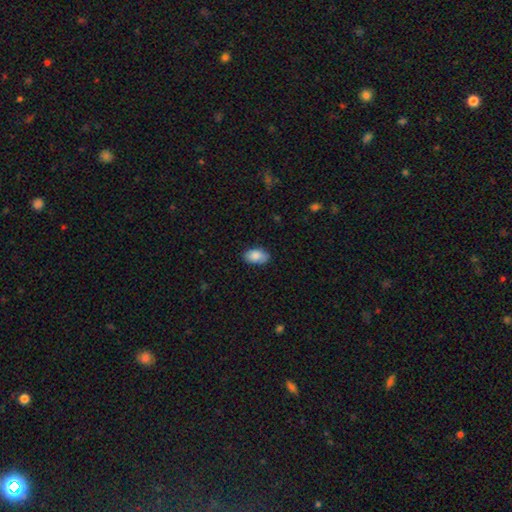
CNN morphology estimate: This is clearly a smooth galaxy (86%). How rounded: clearly in between (93%). Merging: likely none (79%).